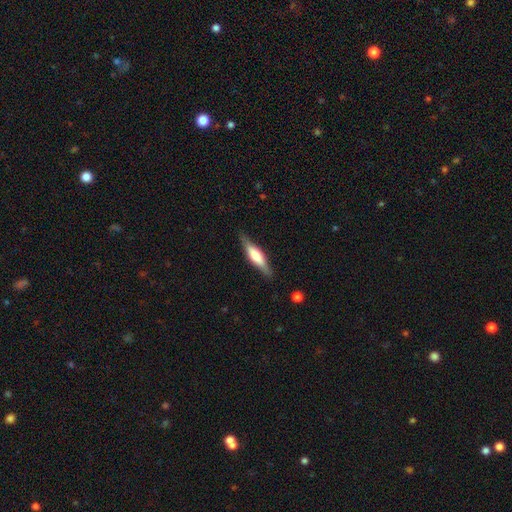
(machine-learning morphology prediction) Smooth or featured?
  - featured or disk: 49% *
  - smooth: 46%
  - star or artifact: 6%
Merging?
  - none: 83% *
  - minor disturbance: 13%
  - major disturbance: 3%
  - merger: 1%